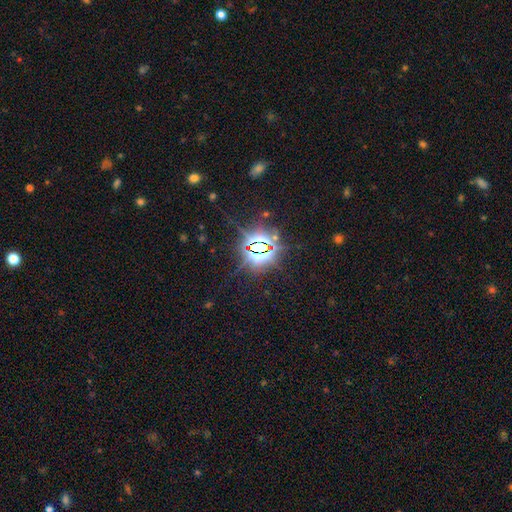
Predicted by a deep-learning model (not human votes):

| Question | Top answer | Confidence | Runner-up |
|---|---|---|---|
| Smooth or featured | star or artifact | 83% | smooth (9%) |